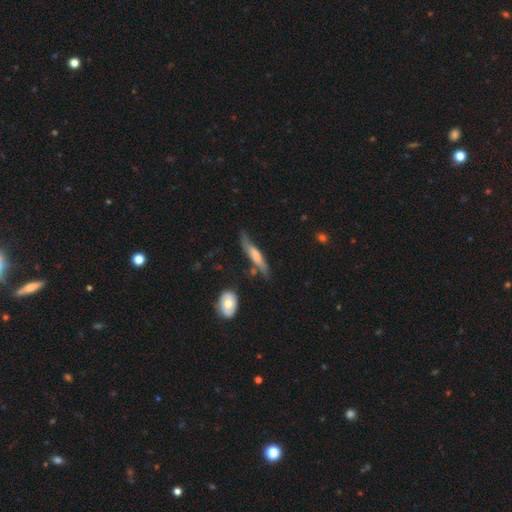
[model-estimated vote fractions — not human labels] Smooth or featured?
  - smooth: 51% *
  - featured or disk: 44%
  - star or artifact: 6%
How rounded?
  - cigar-shaped: 83% *
  - in between: 15%
  - round: 2%
Merging?
  - none: 55% *
  - minor disturbance: 29%
  - major disturbance: 11%
  - merger: 6%